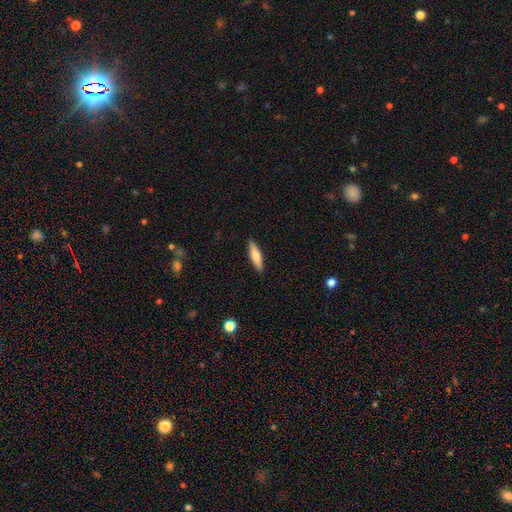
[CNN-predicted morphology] smooth_or_featured: smooth (p=0.71) [alt: featured or disk p=0.23]
how_rounded: cigar-shaped (p=0.72) [alt: in between p=0.27]
merging: none (p=0.90) [alt: minor disturbance p=0.07]